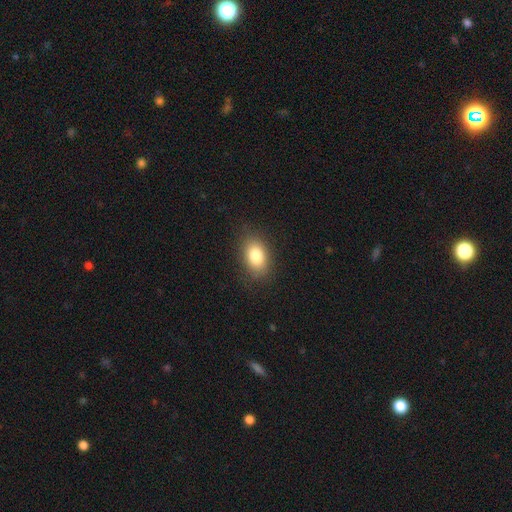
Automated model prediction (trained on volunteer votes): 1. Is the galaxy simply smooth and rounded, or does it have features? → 82% smooth, 9% featured or disk, 9% star or artifact.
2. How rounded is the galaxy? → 82% in between, 16% round, 1% cigar-shaped.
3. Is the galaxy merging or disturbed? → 84% none, 11% minor disturbance, 3% major disturbance, 1% merger.